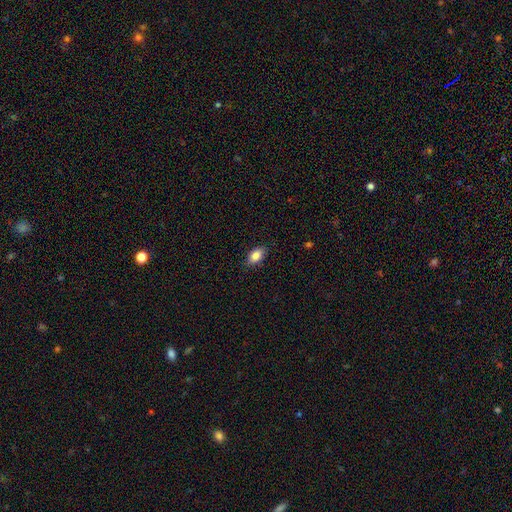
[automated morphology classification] Smooth or featured? smooth (85%)
How rounded? in between (88%)
Merging? none (85%)